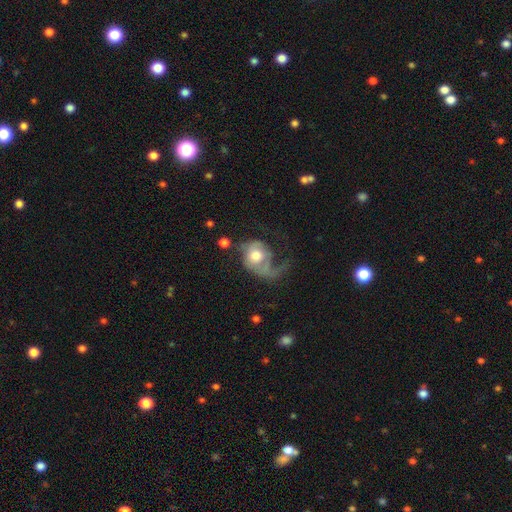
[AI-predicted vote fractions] Overall: featured or disk (57%; smooth 36%). Edge-on disk: no (97%). Bar: no (78%). Spiral arms: yes (74%). Bulge size: moderate (58%; large 27%). Merging: major disturbance (56%; none 22%).